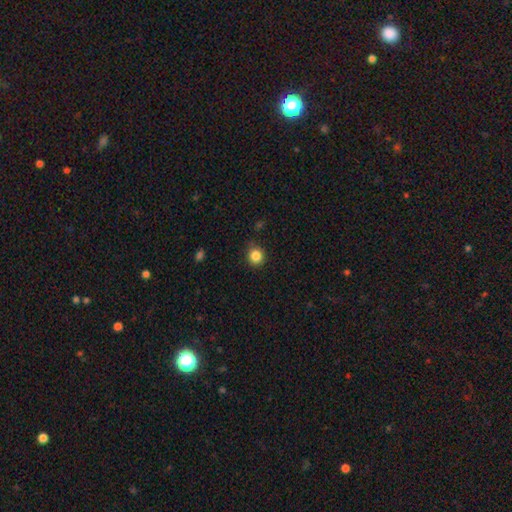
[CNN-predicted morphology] This is clearly a smooth galaxy (84%). How rounded: clearly round (89%). Merging: clearly none (82%).